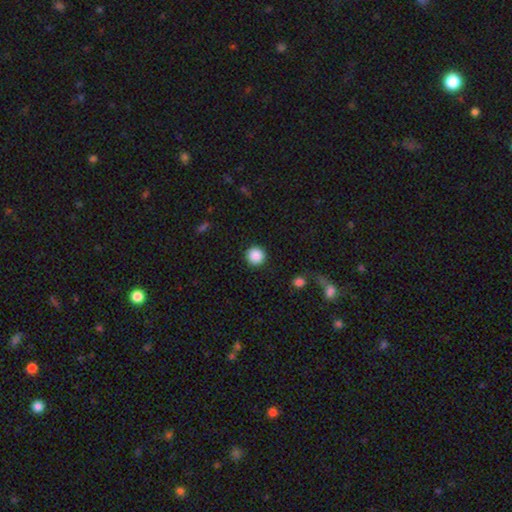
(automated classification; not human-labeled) A smooth galaxy with no disk features (88%) that is round (96%). Merging: none (92%).